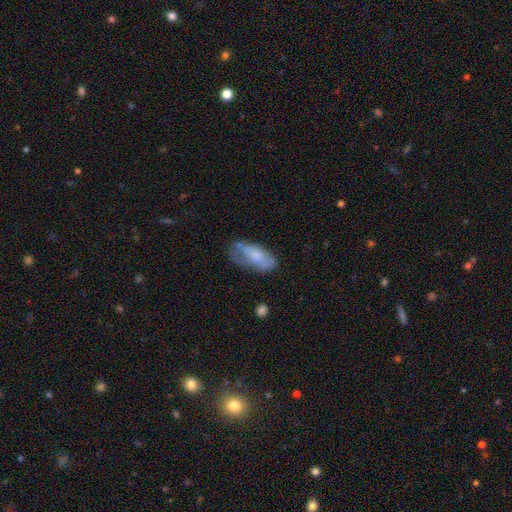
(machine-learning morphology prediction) Smooth or featured?
  - smooth: 60% *
  - featured or disk: 33%
  - star or artifact: 7%
How rounded?
  - in between: 86% *
  - cigar-shaped: 12%
  - round: 3%
Merging?
  - none: 50% *
  - minor disturbance: 32%
  - major disturbance: 15%
  - merger: 3%